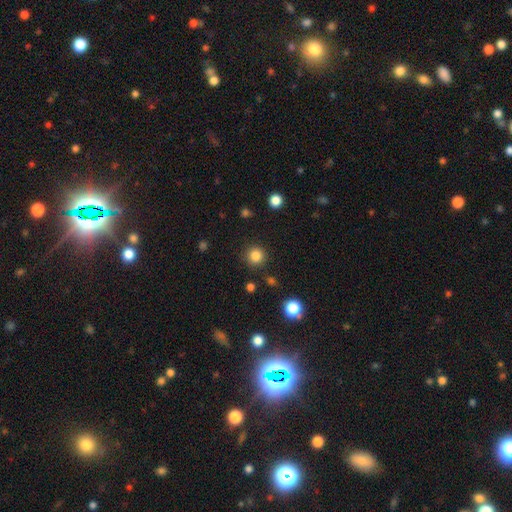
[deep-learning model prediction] A smooth galaxy with no disk features (84%) that is round (94%). Merging: none (89%).